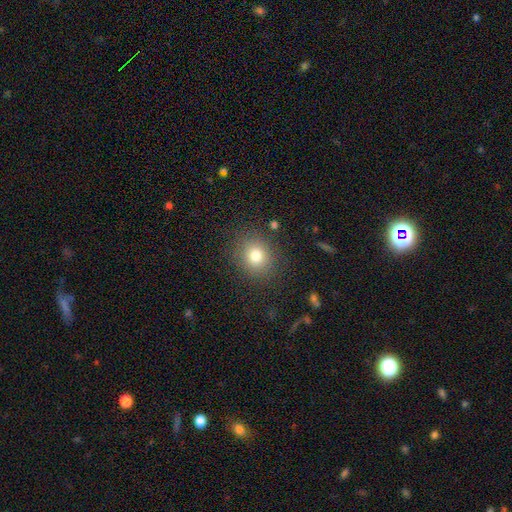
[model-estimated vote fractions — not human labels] The model was most divided on "how rounded": round: 76%, in between: 23%, cigar-shaped: 1%. More confident: merging — none (86%); smooth or featured — smooth (78%).